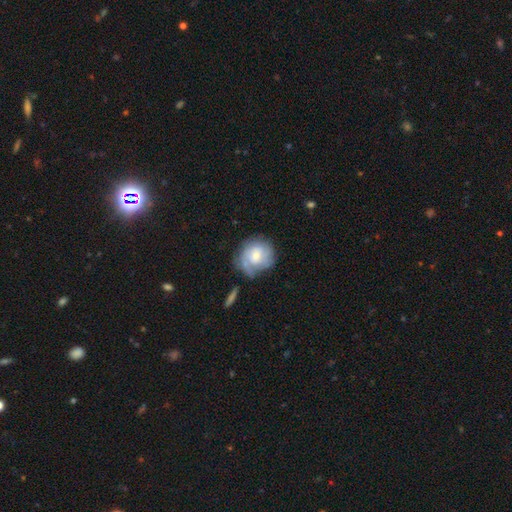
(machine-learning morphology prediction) This is possibly a featured or disk galaxy (51%). It is clearly not viewed edge-on (97%). Merging: possibly none (53%).